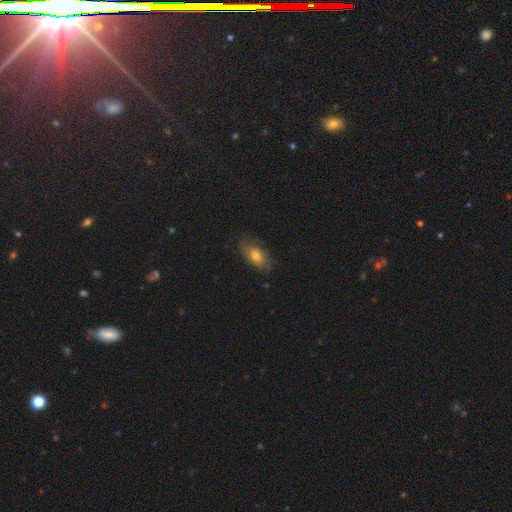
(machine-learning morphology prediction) Q: Smooth or featured?
A: smooth (55%); runner-up: featured or disk (35%)
Q: How rounded?
A: in between (87%); runner-up: round (9%)
Q: Merging?
A: none (70%); runner-up: minor disturbance (22%)